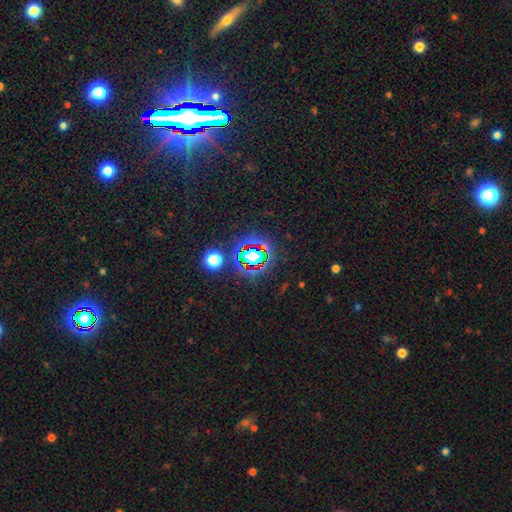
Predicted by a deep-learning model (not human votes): Smooth or featured?
  - star or artifact: 82% *
  - smooth: 10%
  - featured or disk: 8%